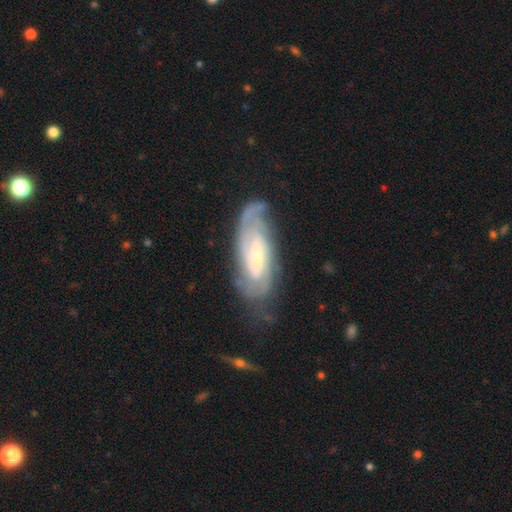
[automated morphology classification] Q: Smooth or featured?
A: featured or disk (81%); runner-up: smooth (13%)
Q: Edge-on disk?
A: no (91%); runner-up: yes (9%)
Q: Bar?
A: weak (44%); runner-up: no (37%)
Q: Spiral arms?
A: yes (95%); runner-up: no (5%)
Q: Spiral winding?
A: tight (59%); runner-up: medium (33%)
Q: Spiral arm count?
A: 2 (38%); runner-up: can't tell (34%)
Q: Bulge size?
A: small (52%); runner-up: moderate (35%)
Q: Merging?
A: none (66%); runner-up: minor disturbance (21%)